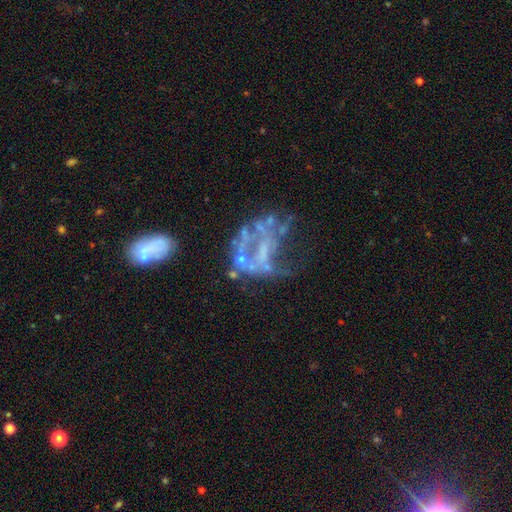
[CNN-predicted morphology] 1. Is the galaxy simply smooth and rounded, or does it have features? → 68% featured or disk, 17% star or artifact, 15% smooth.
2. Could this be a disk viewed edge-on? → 97% no, 3% yes.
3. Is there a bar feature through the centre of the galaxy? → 79% no, 14% weak, 7% strong.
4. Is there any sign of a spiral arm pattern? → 83% no, 17% yes.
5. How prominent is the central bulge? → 73% none, 15% small, 10% moderate, 2% large, 1% dominant.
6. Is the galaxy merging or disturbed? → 41% major disturbance, 28% none, 16% minor disturbance, 15% merger.